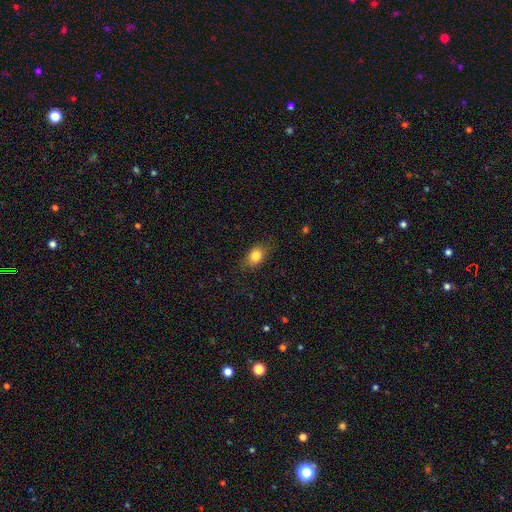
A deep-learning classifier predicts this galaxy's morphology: This appears to be a smooth galaxy with no disk features (82%) that is in between round and cigar-shaped (70%). Merging: none (77%).